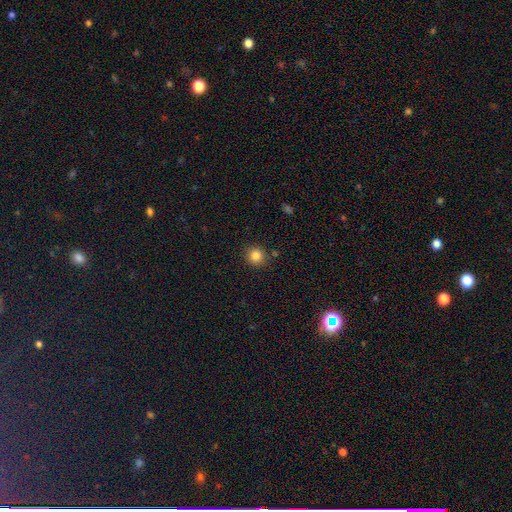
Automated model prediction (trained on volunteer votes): Smooth or featured? Predicted: smooth (p=0.83). How rounded? Predicted: round (p=0.92). Merging? Predicted: none (p=0.88).